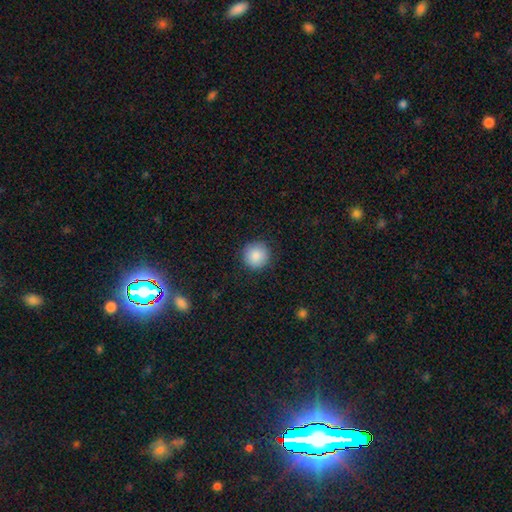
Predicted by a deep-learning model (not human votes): This appears to be a smooth galaxy with no disk features (87%) that is round (95%). Merging: none (89%).